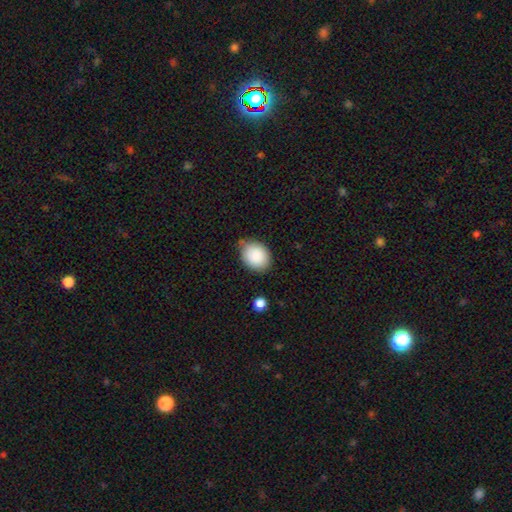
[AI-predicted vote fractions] smooth-or-featured: smooth: 89% | star or artifact: 7% | featured or disk: 5%
  how-rounded: in between: 59% | round: 40% | cigar-shaped: 1%
  merging: none: 70% | minor disturbance: 23% | major disturbance: 5% | merger: 3%